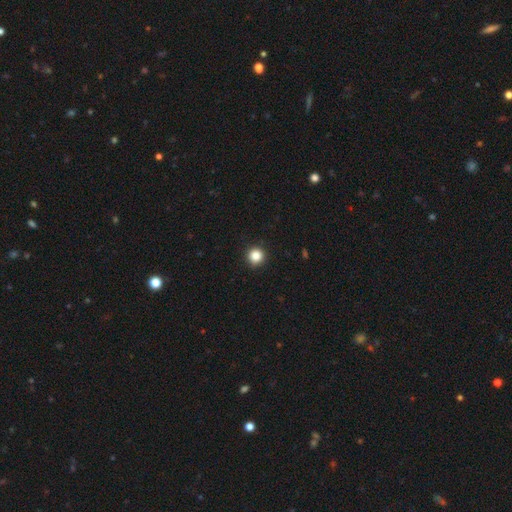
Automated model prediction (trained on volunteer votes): smooth_or_featured: smooth (p=0.85) [alt: star or artifact p=0.11]
how_rounded: round (p=0.95) [alt: in between p=0.04]
merging: none (p=0.92) [alt: minor disturbance p=0.05]